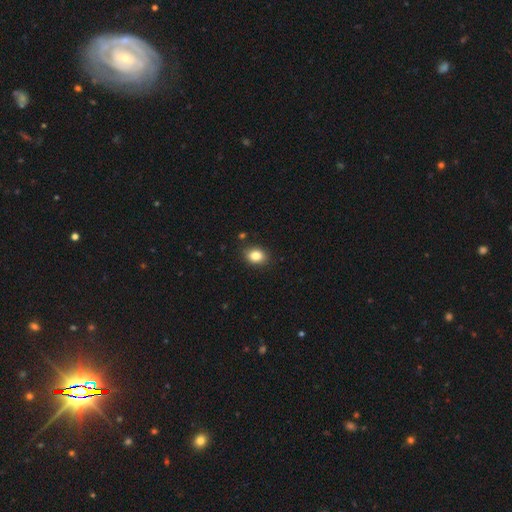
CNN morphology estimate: Smooth or featured: smooth — 84% (star or artifact — 10%)
How rounded: in between — 56% (round — 43%)
Merging: none — 88% (minor disturbance — 9%)